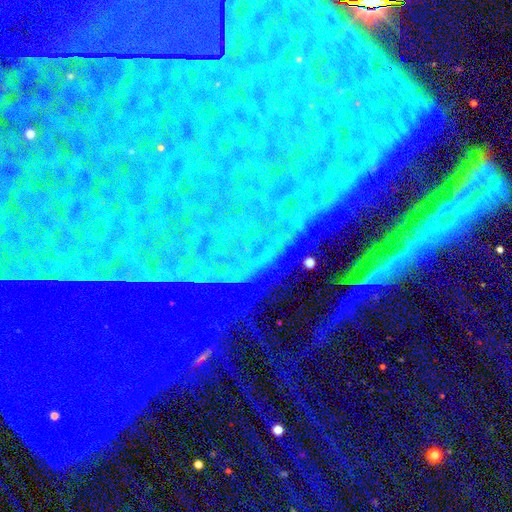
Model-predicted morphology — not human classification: star or artifact 87%, featured or disk 7%, smooth 6%.